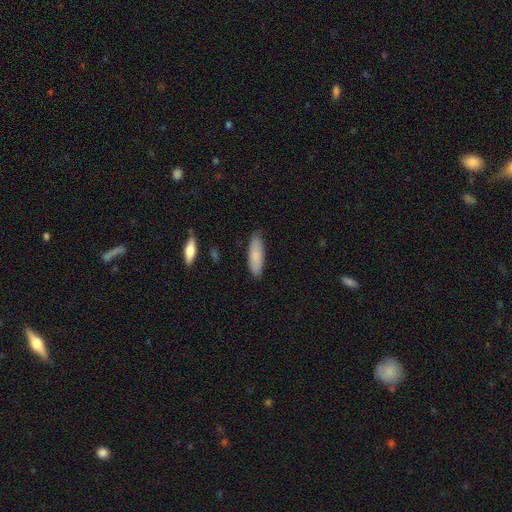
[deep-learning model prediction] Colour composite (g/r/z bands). It shows a smooth galaxy with no disk features (83%) that is in between round and cigar-shaped (50%). Merging: none (83%).